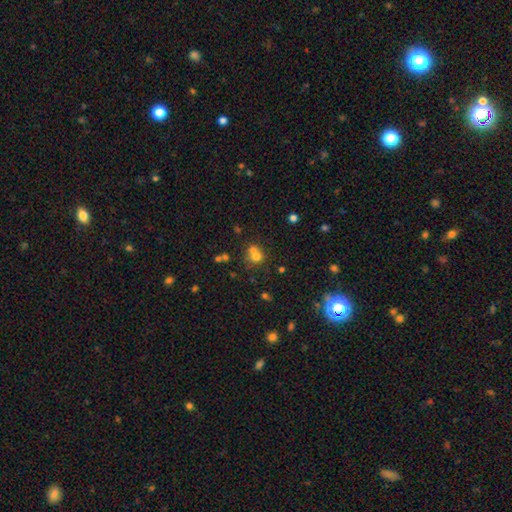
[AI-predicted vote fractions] A smooth galaxy with no disk features (67%) that is round (82%).

Vote fractions:
- Smooth or featured? smooth: 67% / star or artifact: 18% / featured or disk: 15%
- How rounded? round: 82% / in between: 17% / cigar-shaped: 1%
- Merging? merger: 48% / none: 41% / minor disturbance: 8% / major disturbance: 4%